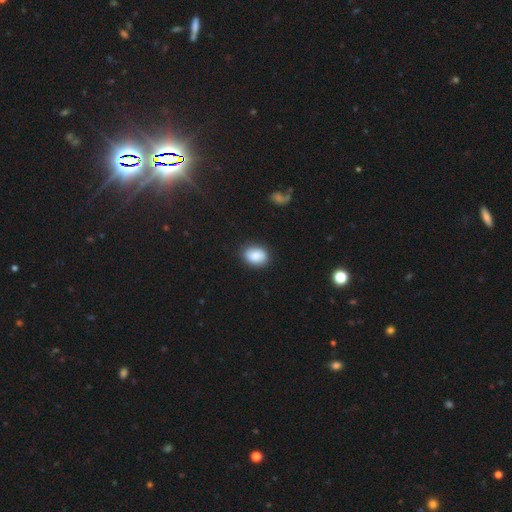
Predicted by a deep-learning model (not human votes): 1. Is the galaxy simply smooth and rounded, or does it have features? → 81% smooth, 11% featured or disk, 8% star or artifact.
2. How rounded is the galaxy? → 70% in between, 29% round, 1% cigar-shaped.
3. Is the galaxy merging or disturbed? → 85% none, 11% minor disturbance, 3% major disturbance, 1% merger.